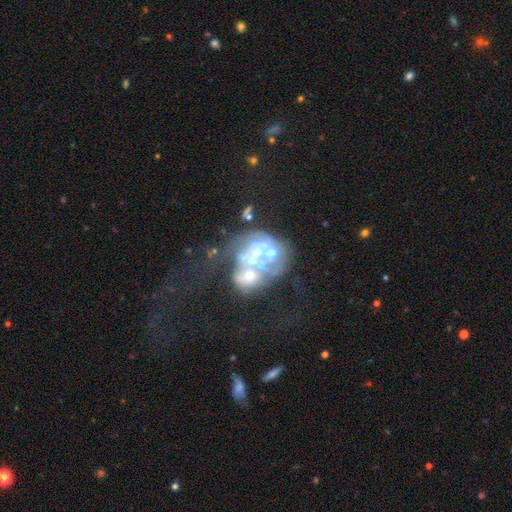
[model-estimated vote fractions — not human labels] Smooth or featured?
  - featured or disk: 66% *
  - smooth: 18%
  - star or artifact: 16%
Edge-on disk?
  - no: 98% *
  - yes: 2%
Bar?
  - no: 82% *
  - weak: 13%
  - strong: 5%
Spiral arms?
  - no: 73% *
  - yes: 27%
Bulge size?
  - moderate: 45% *
  - small: 25%
  - none: 20%
  - large: 7%
  - dominant: 3%
Merging?
  - merger: 62% *
  - major disturbance: 19%
  - none: 12%
  - minor disturbance: 7%